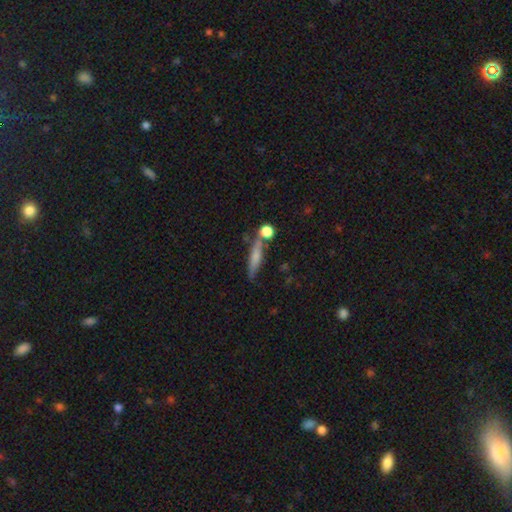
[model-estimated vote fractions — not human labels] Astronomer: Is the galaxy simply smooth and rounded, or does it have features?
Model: smooth — 63%.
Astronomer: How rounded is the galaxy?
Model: cigar-shaped — 80%.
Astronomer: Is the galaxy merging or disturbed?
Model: none — 66%.